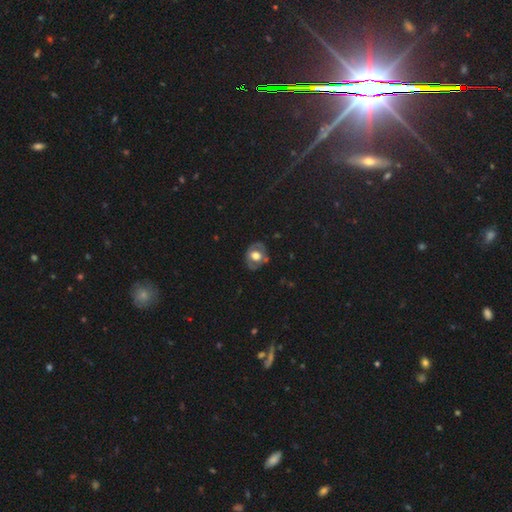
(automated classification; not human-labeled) Smooth or featured? Predicted: featured or disk (p=0.49). Merging? Predicted: none (p=0.71).